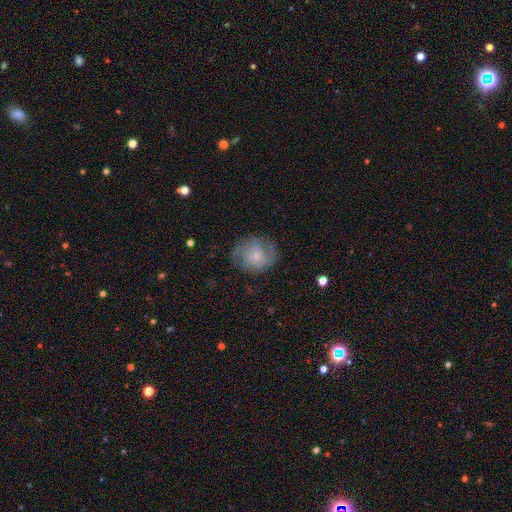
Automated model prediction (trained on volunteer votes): Smooth or featured? featured or disk (48%)
Merging? none (66%)